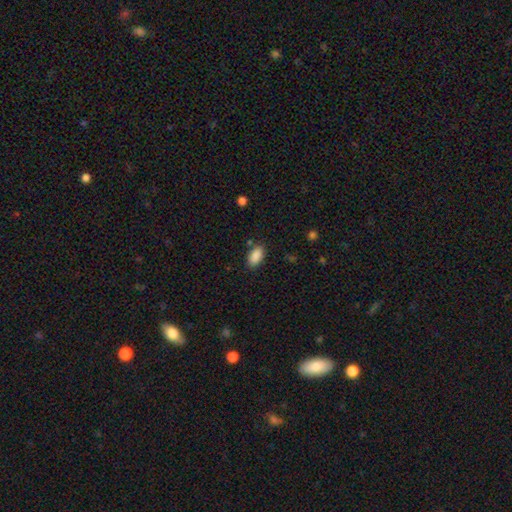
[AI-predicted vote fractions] Smooth or featured: smooth — 89% (star or artifact — 8%)
How rounded: in between — 93% (round — 4%)
Merging: none — 83% (minor disturbance — 11%)